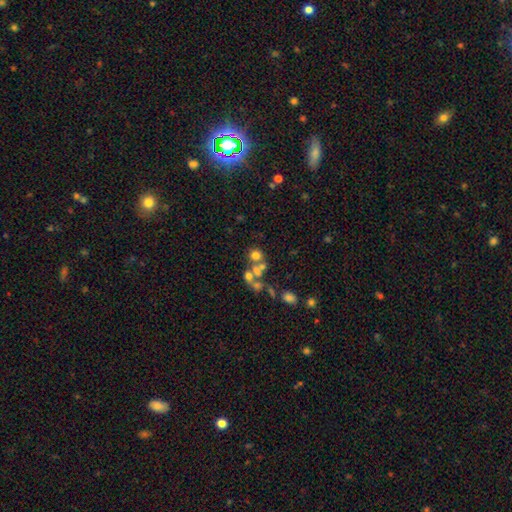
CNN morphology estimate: smooth-or-featured: smooth: 59% | featured or disk: 22% | star or artifact: 18%
  how-rounded: round: 77% | in between: 21% | cigar-shaped: 1%
  merging: merger: 45% | none: 39% | minor disturbance: 8% | major disturbance: 8%